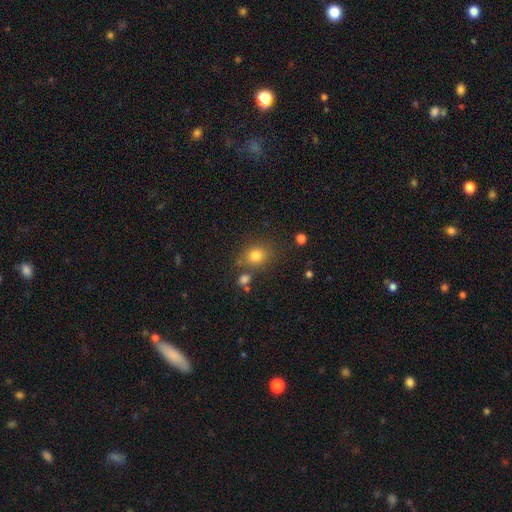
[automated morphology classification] Smooth or featured? smooth (79%)
How rounded? round (66%)
Merging? none (74%)